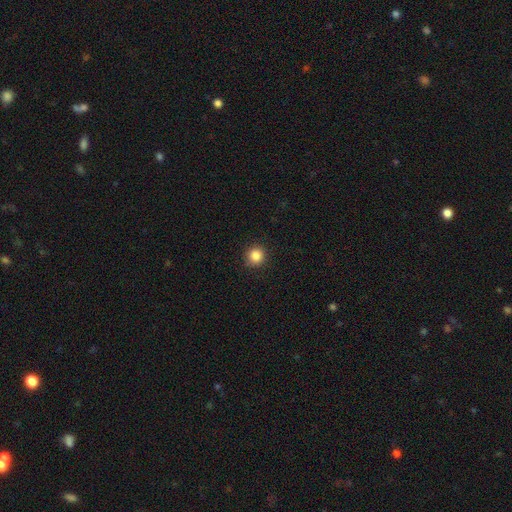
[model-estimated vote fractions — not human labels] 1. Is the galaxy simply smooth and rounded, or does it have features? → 85% smooth, 11% star or artifact, 4% featured or disk.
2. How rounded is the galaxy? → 94% round, 5% in between, 1% cigar-shaped.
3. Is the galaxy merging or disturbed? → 91% none, 6% minor disturbance, 2% major disturbance, 1% merger.